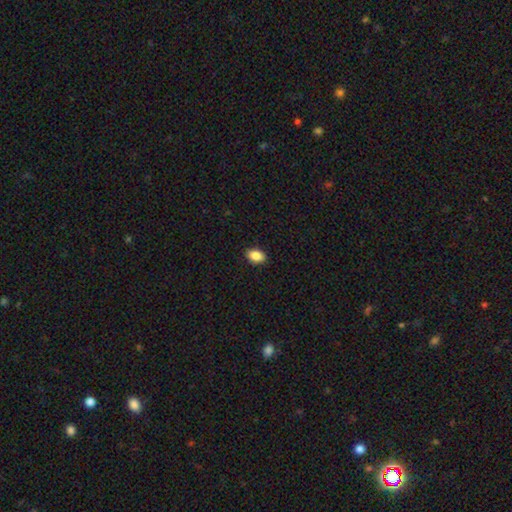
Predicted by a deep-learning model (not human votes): smooth 88%, star or artifact 8%, featured or disk 4%. Down the decision tree: how rounded — in between (88%); merging — none (91%).